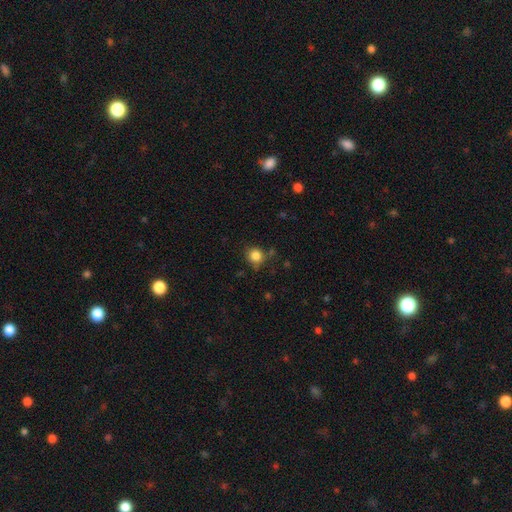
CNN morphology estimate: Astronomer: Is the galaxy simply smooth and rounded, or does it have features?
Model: smooth — 84%.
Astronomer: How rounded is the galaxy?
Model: round — 83%.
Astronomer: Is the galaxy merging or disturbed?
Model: none — 74%.